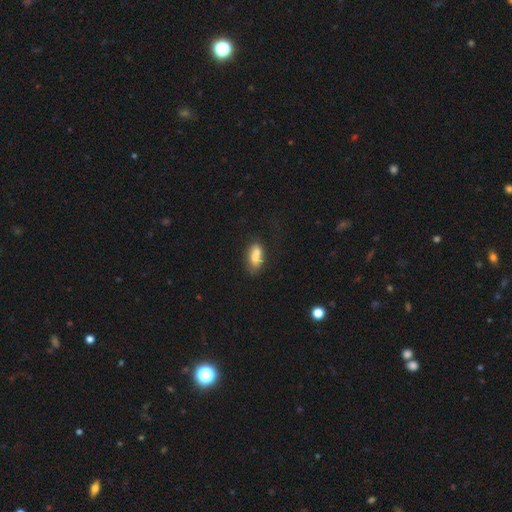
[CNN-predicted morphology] Smooth or featured? smooth (70%)
How rounded? in between (82%)
Merging? none (42%)